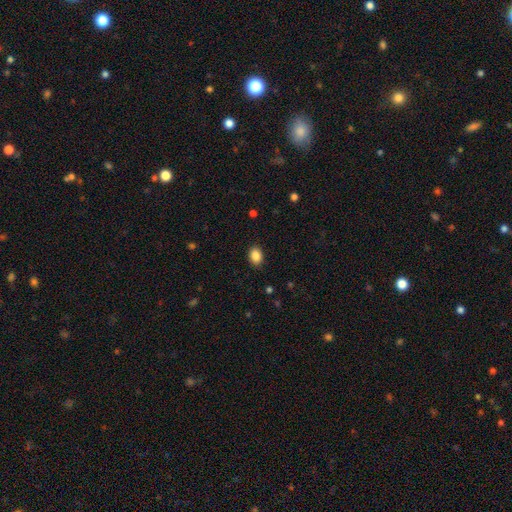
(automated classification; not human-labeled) The model was most divided on "how rounded": in between: 72%, round: 27%, cigar-shaped: 1%. More confident: merging — none (89%); smooth or featured — smooth (87%).